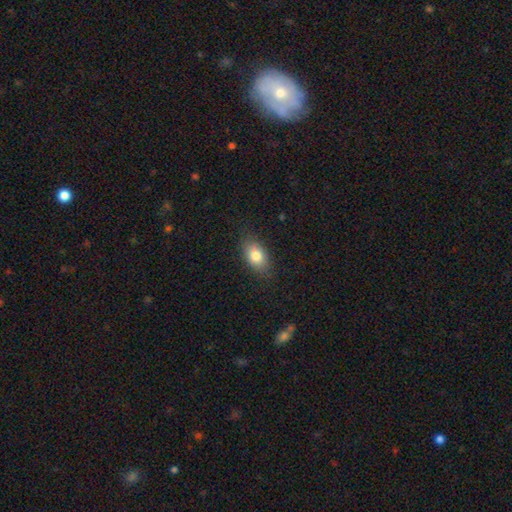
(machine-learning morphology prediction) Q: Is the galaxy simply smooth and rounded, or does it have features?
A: smooth — 80%.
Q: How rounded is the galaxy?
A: in between — 86%.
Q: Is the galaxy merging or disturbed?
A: none — 81%.